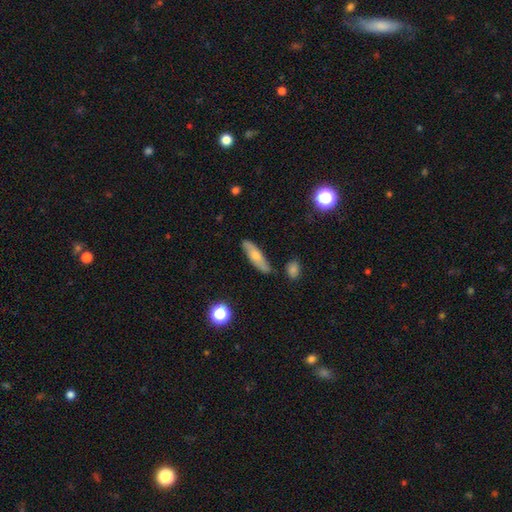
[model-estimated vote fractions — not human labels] A smooth galaxy with no disk features (65%) that is cigar-shaped (60%). Merging: none (81%).